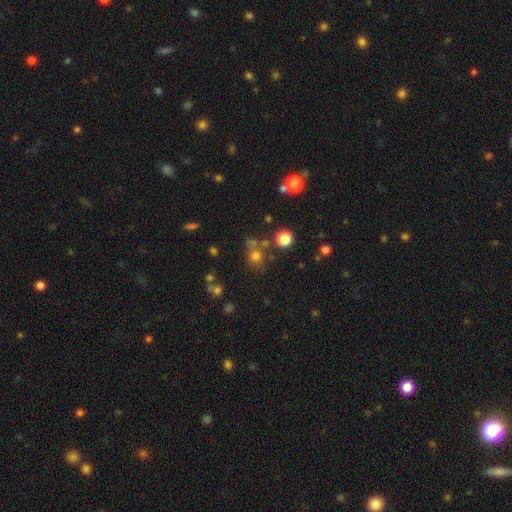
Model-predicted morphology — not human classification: Smooth or featured: smooth — 68% (star or artifact — 23%)
How rounded: round — 86% (in between — 13%)
Merging: none — 64% (merger — 18%)